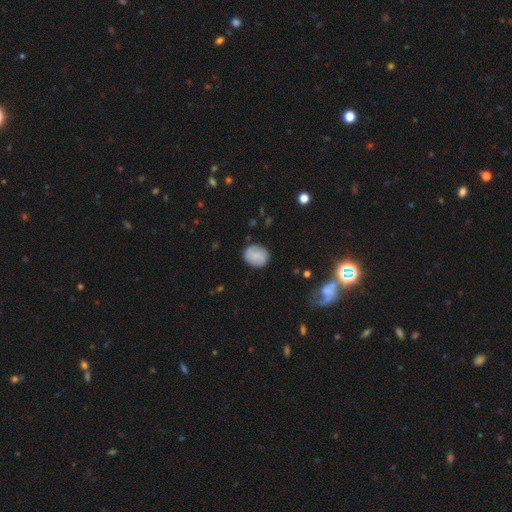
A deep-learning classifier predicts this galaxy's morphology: This is likely a smooth galaxy (77%). How rounded: likely round (65%). Merging: clearly none (85%).